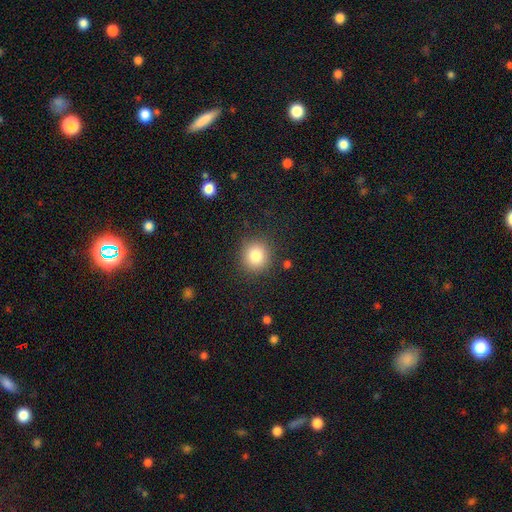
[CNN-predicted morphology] Overall: smooth (83%). How rounded: round (89%). Merging: none (88%).